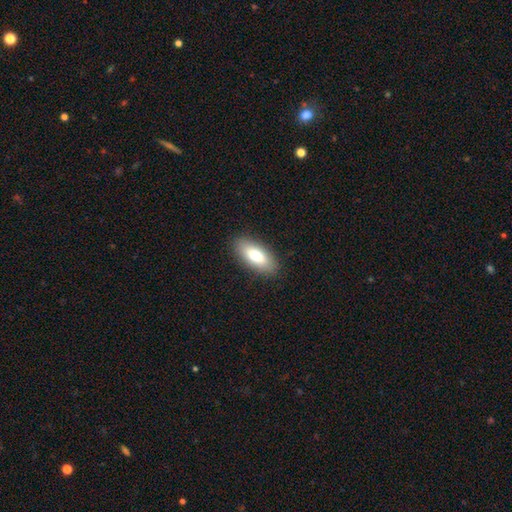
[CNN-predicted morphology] Smooth or featured? Predicted: smooth (p=0.78). How rounded? Predicted: in between (p=0.85). Merging? Predicted: none (p=0.88).